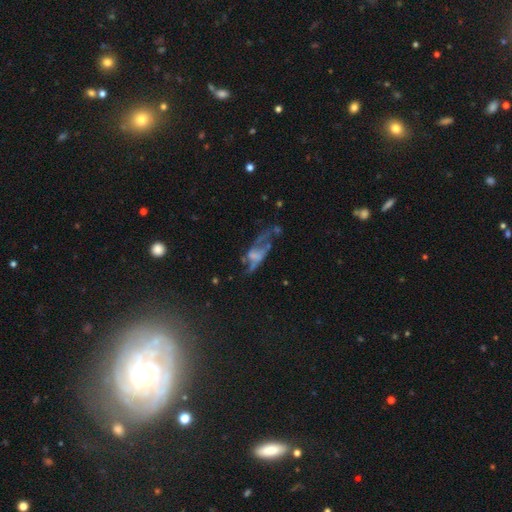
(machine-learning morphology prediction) This is likely a featured or disk galaxy (64%). It is clearly not viewed edge-on (89%). Bar: likely no (60%). Spiral arm pattern: possibly yes (52%). Central bulge: likely none (62%). Merging: marginally major disturbance (42%).